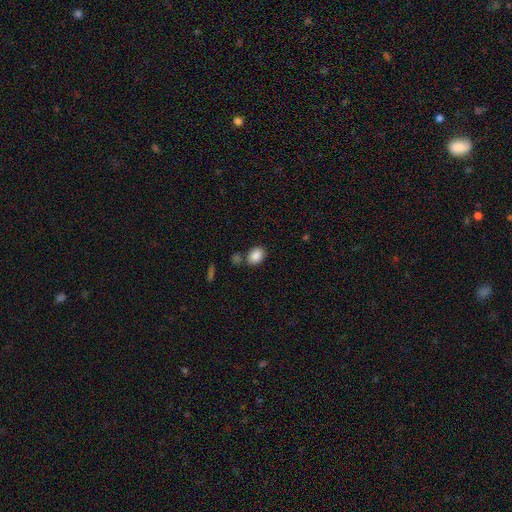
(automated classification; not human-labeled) Smooth or featured?
  - smooth: 87% *
  - star or artifact: 8%
  - featured or disk: 5%
How rounded?
  - in between: 76% *
  - round: 23%
  - cigar-shaped: 1%
Merging?
  - none: 74% *
  - minor disturbance: 12%
  - merger: 11%
  - major disturbance: 3%